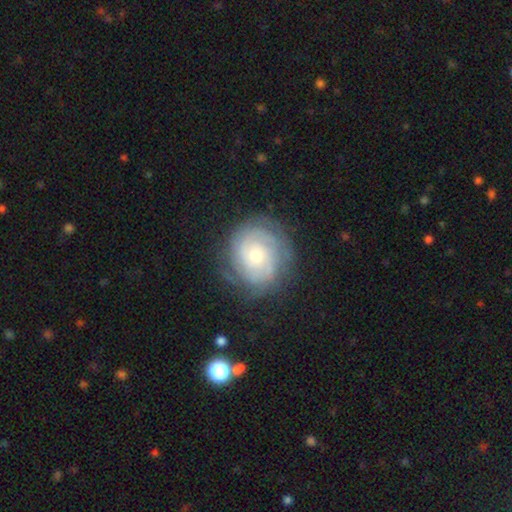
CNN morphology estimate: This is likely a featured or disk galaxy (76%). It is clearly not viewed edge-on (98%). Bar: likely no (77%). Spiral arm pattern: clearly yes (92%). Spiral arm count: marginally can't tell (38%). Spiral winding: likely tight (73%). Central bulge: possibly moderate (49%). Merging: likely none (77%).